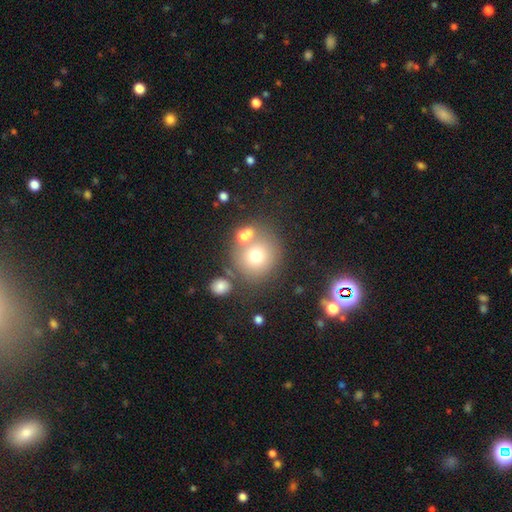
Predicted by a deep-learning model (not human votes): Overall: smooth (70%). How rounded: round (87%). Merging: none (61%; merger 23%).